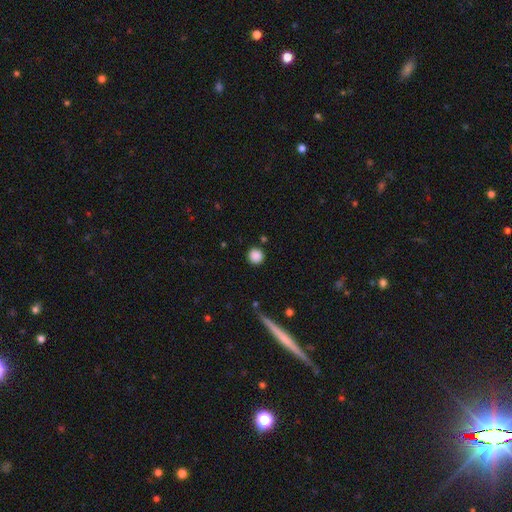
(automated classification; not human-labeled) Smooth or featured? Predicted: smooth (p=0.87). How rounded? Predicted: round (p=0.94). Merging? Predicted: none (p=0.89).